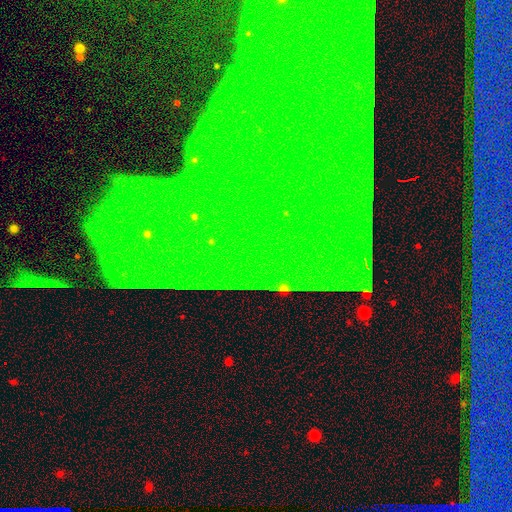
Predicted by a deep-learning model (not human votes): Overall: star or artifact (86%).